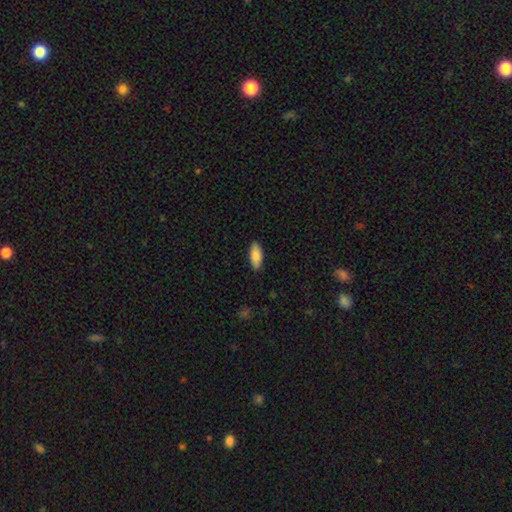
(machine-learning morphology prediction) smooth 87%, featured or disk 7%, star or artifact 6%. Down the decision tree: how rounded — in between (81%); merging — none (88%).